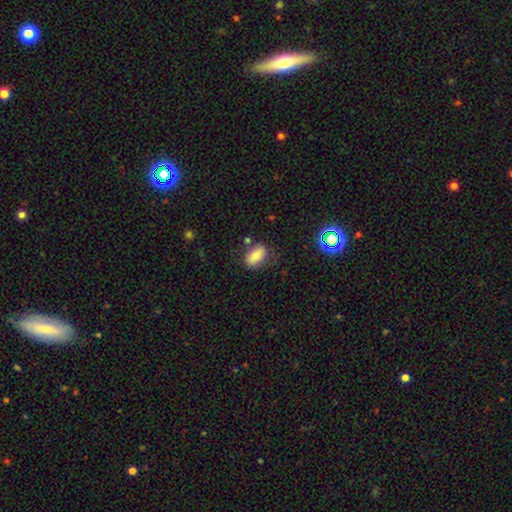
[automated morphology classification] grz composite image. It shows a smooth galaxy with no disk features (79%) that is in between round and cigar-shaped (89%). Merging: none (69%).